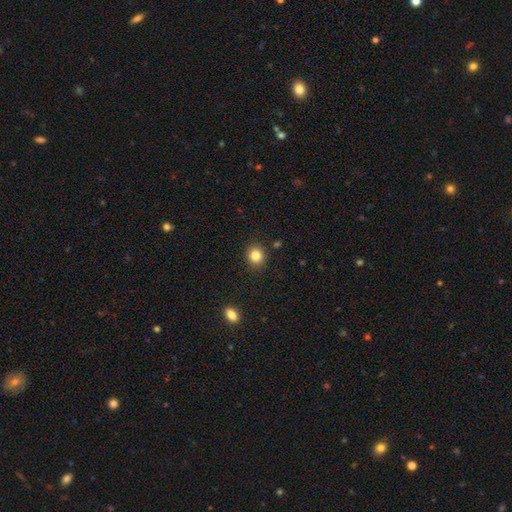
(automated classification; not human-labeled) A smooth galaxy with no disk features (83%) that is round (79%).

Vote fractions:
- Smooth or featured? smooth: 83% / star or artifact: 12% / featured or disk: 6%
- How rounded? round: 79% / in between: 20% / cigar-shaped: 1%
- Merging? none: 89% / minor disturbance: 7% / major disturbance: 2% / merger: 2%